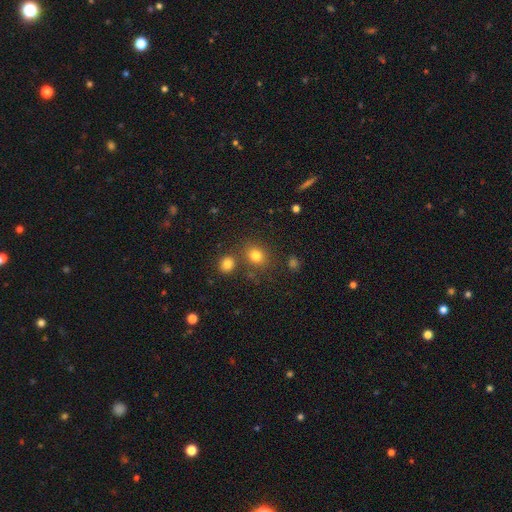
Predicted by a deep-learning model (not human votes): Smooth or featured? Predicted: smooth (p=0.79). How rounded? Predicted: round (p=0.65). Merging? Predicted: none (p=0.72).